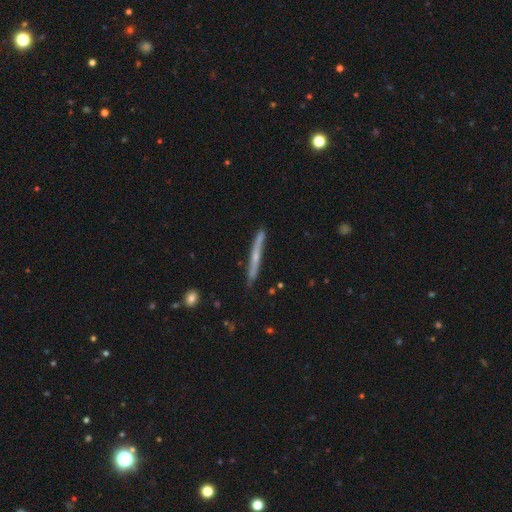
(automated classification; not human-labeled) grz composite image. It shows a featured or disk galaxy (63%) viewed edge-on (95%) with a rounded central bulge (53%). Merging: none (84%).